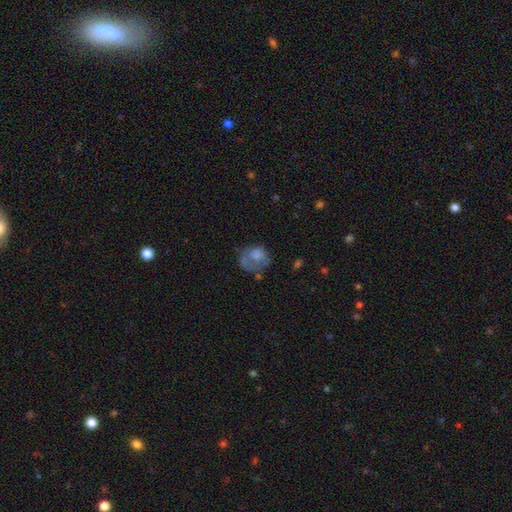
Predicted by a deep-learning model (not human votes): This appears to be a smooth galaxy with no disk features (62%) that is round (65%). Merging: none (40%).